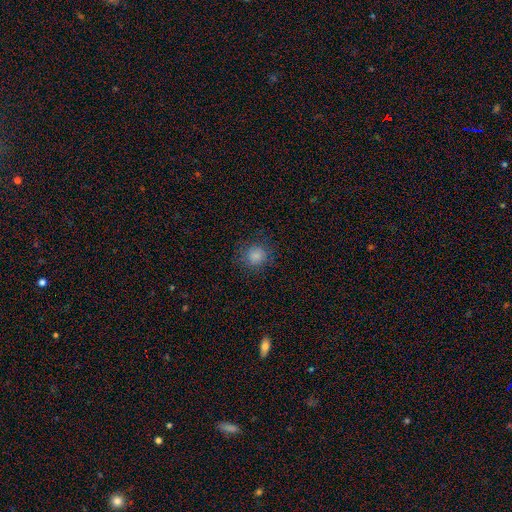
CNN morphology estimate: type=smooth (84%); roundness=round (89%); merging=none (85%).